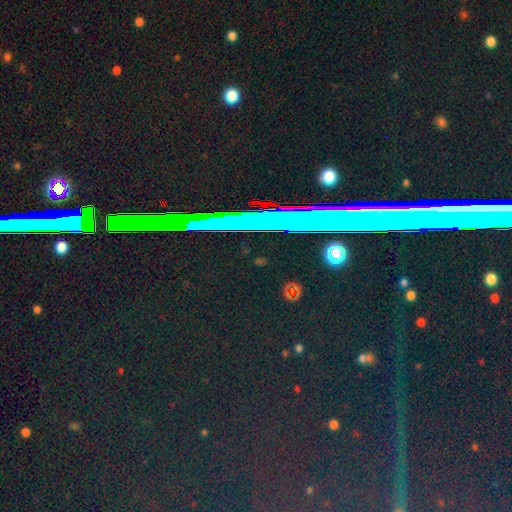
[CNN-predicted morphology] This is clearly a star or artifact rather than a galaxy (83%).